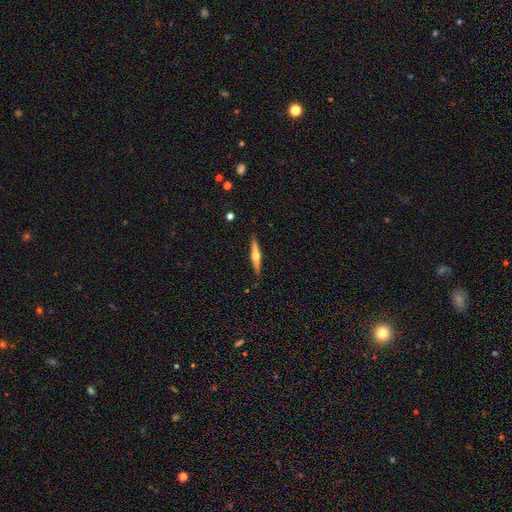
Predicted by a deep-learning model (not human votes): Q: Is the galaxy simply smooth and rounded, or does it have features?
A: featured or disk — 69%.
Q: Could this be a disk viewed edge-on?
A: yes — 97%.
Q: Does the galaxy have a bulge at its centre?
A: rounded — 93%.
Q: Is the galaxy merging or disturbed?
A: none — 90%.